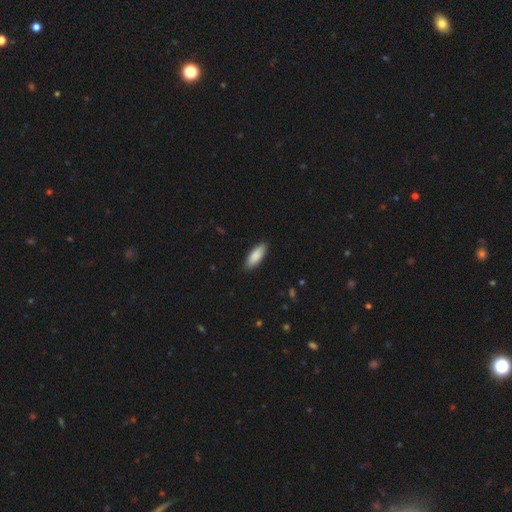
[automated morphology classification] A smooth galaxy with no disk features (89%) that is in between round and cigar-shaped (73%).

Vote fractions:
- Smooth or featured? smooth: 89% / featured or disk: 6% / star or artifact: 5%
- How rounded? in between: 73% / cigar-shaped: 25% / round: 2%
- Merging? none: 88% / minor disturbance: 9% / major disturbance: 2% / merger: 1%